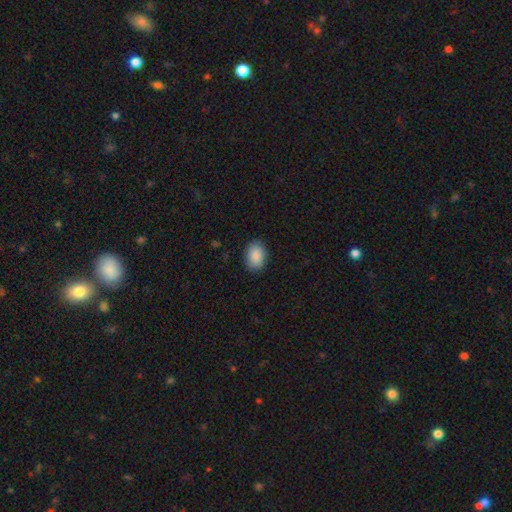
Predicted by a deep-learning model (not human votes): This appears to be a smooth galaxy with no disk features (89%) that is in between round and cigar-shaped (80%). Merging: none (87%).